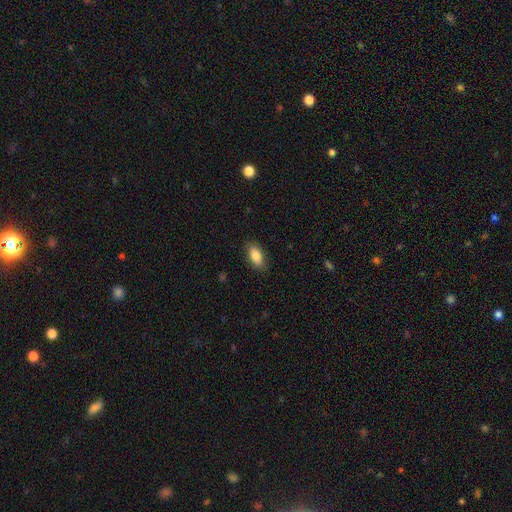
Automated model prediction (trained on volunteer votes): Smooth or featured: smooth — 85% (featured or disk — 8%)
How rounded: in between — 90% (cigar-shaped — 7%)
Merging: none — 84% (minor disturbance — 12%)